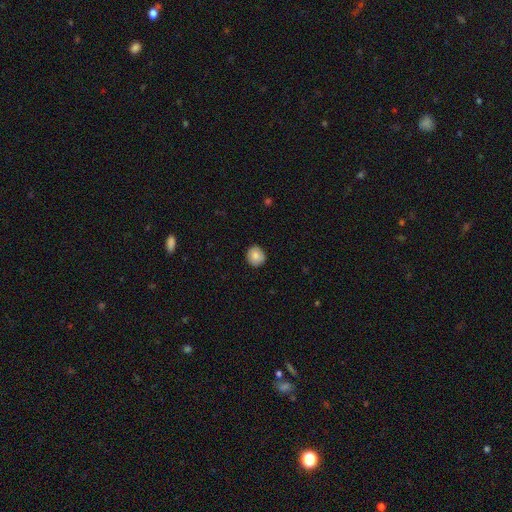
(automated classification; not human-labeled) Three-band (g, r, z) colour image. It shows a smooth galaxy with no disk features (83%) that is round (87%). Merging: none (88%).